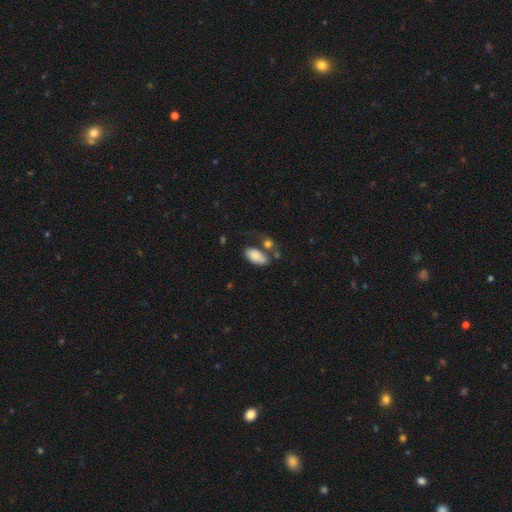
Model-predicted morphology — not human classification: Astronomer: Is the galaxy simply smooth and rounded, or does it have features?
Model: smooth — 82%.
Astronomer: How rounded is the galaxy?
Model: in between — 94%.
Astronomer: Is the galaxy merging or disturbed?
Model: none — 44% (runner-up: merger, 23%).